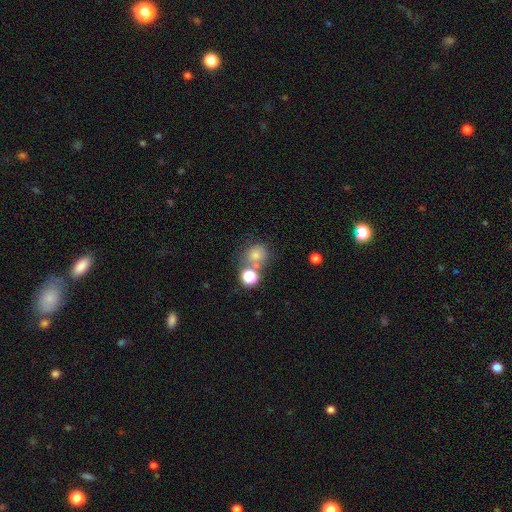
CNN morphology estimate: Smooth or featured? Predicted: smooth (p=0.74). How rounded? Predicted: round (p=0.80). Merging? Predicted: none (p=0.54).